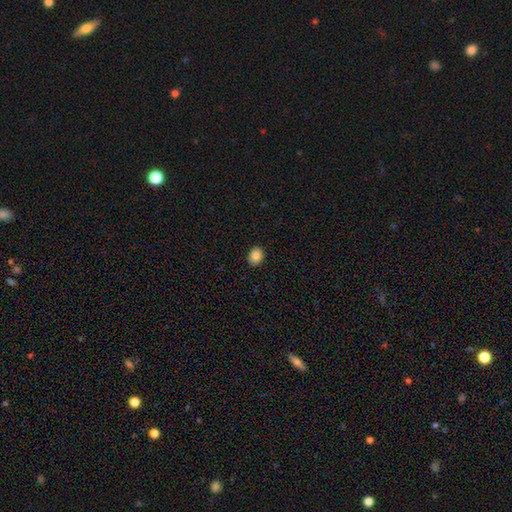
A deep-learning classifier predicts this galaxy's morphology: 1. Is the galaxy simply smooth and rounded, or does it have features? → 85% smooth, 8% star or artifact, 6% featured or disk.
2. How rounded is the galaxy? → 61% in between, 38% round, 1% cigar-shaped.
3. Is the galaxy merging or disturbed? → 89% none, 8% minor disturbance, 2% major disturbance, 1% merger.